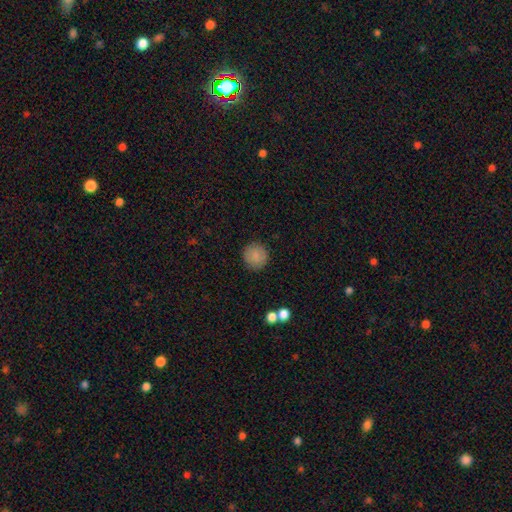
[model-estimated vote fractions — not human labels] smooth 86%, star or artifact 8%, featured or disk 6%. Down the decision tree: how rounded — round (93%); merging — none (90%).